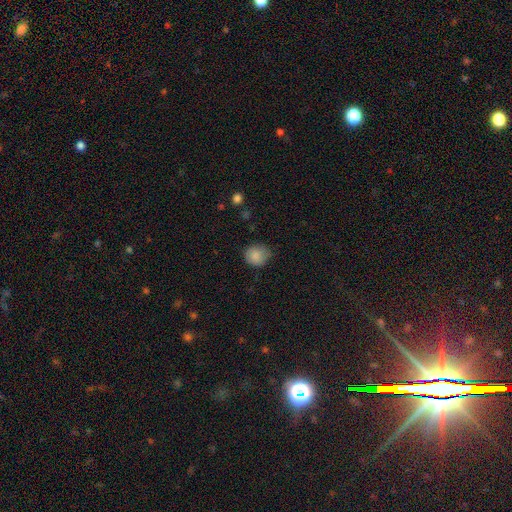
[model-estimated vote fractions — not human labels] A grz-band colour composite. It shows a smooth galaxy with no disk features (86%) that is round (78%). Merging: none (72%).